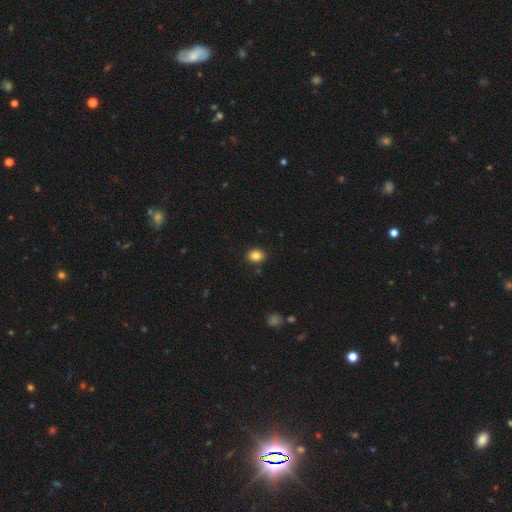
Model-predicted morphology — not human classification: Overall: smooth (86%). How rounded: round (58%; in between 41%). Merging: none (89%).